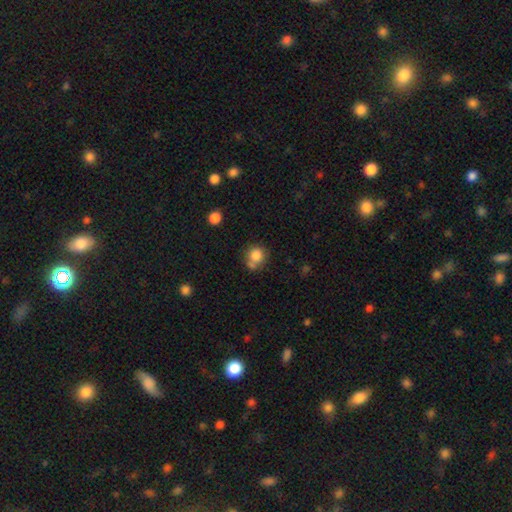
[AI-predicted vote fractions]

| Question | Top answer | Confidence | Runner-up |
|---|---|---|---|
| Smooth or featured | smooth | 82% | star or artifact (10%) |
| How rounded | round | 84% | in between (15%) |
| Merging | none | 54% | merger (24%) |